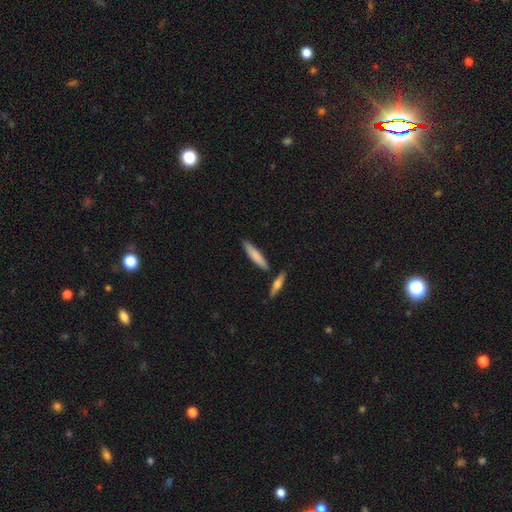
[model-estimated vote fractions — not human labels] Smooth or featured? smooth (76%)
How rounded? cigar-shaped (83%)
Merging? none (80%)